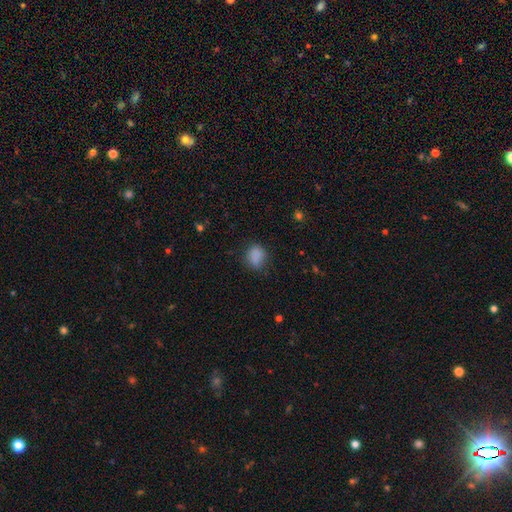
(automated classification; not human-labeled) This appears to be a smooth galaxy with no disk features (84%) that is in between round and cigar-shaped (54%). Merging: none (70%).